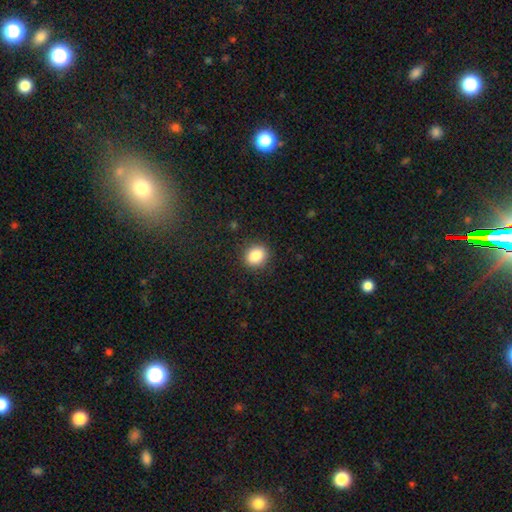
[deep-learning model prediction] This is clearly a smooth galaxy (86%). How rounded: likely round (66%). Merging: clearly none (88%).